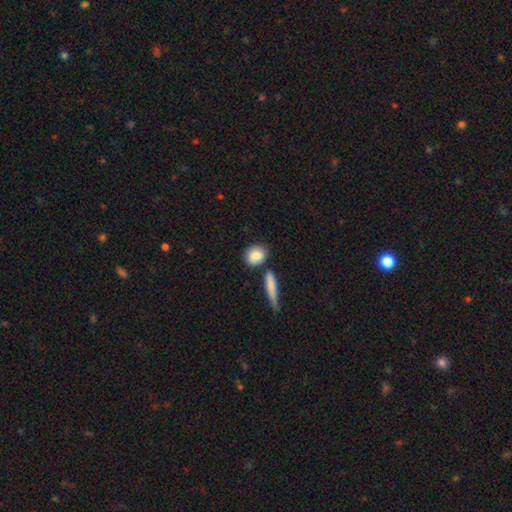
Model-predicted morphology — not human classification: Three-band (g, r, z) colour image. It shows a smooth galaxy with no disk features (86%) that is round (59%). Merging: none (70%).